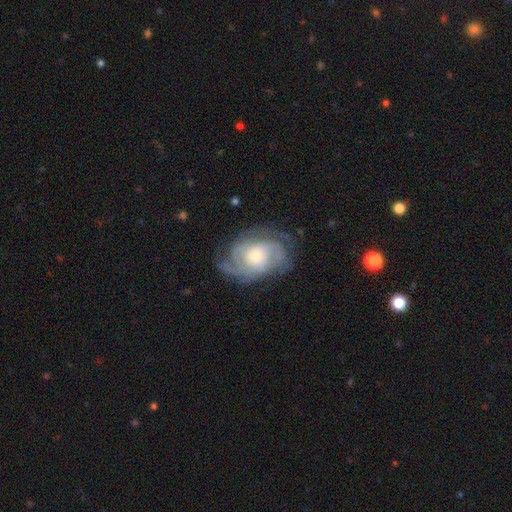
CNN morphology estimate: smooth_or_featured: featured or disk (p=0.86) [alt: smooth p=0.08]
disk_edge_on: no (p=0.97) [alt: yes p=0.03]
bar: no (p=0.74) [alt: weak p=0.21]
has_spiral_arms: yes (p=0.97) [alt: no p=0.03]
spiral_winding: tight (p=0.59) [alt: medium p=0.33]
spiral_arm_count: 3 (p=0.29) [alt: can't tell p=0.24]
bulge_size: small (p=0.46) [alt: moderate p=0.45]
merging: none (p=0.71) [alt: minor disturbance p=0.18]